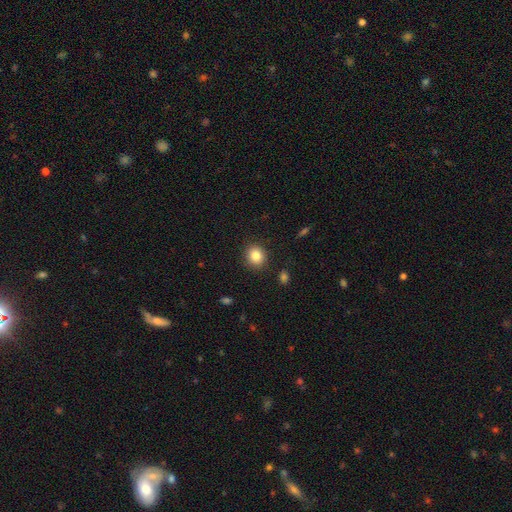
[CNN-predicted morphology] smooth 83%, star or artifact 10%, featured or disk 7%. Down the decision tree: how rounded — round (81%); merging — none (90%).